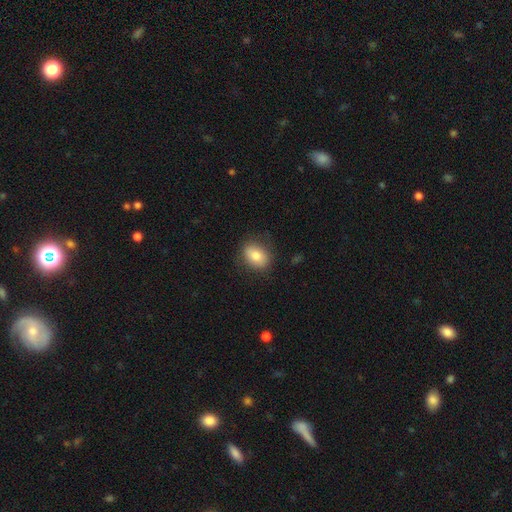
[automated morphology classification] Q: Smooth or featured?
A: smooth (80%); runner-up: featured or disk (12%)
Q: How rounded?
A: in between (65%); runner-up: round (33%)
Q: Merging?
A: none (79%); runner-up: minor disturbance (15%)